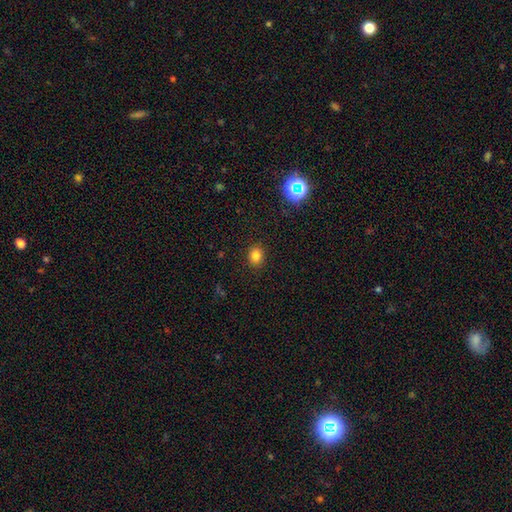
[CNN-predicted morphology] A smooth galaxy with no disk features (81%) that is round (61%).

Vote fractions:
- Smooth or featured? smooth: 81% / star or artifact: 14% / featured or disk: 6%
- How rounded? round: 61% / in between: 39% / cigar-shaped: 1%
- Merging? none: 89% / minor disturbance: 7% / major disturbance: 2% / merger: 1%